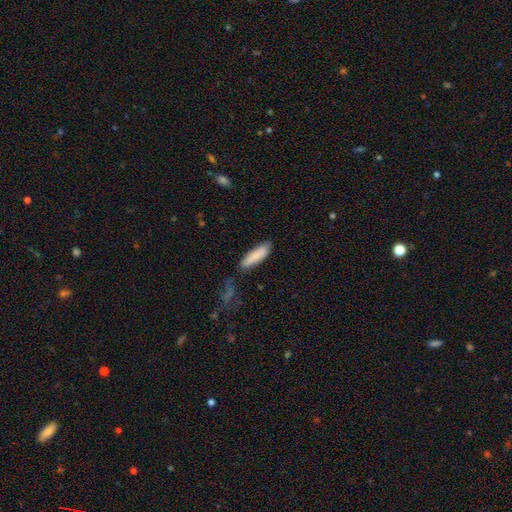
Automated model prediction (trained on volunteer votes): smooth 85%, featured or disk 9%, star or artifact 6%. Down the decision tree: how rounded — cigar-shaped (67%); merging — none (77%).